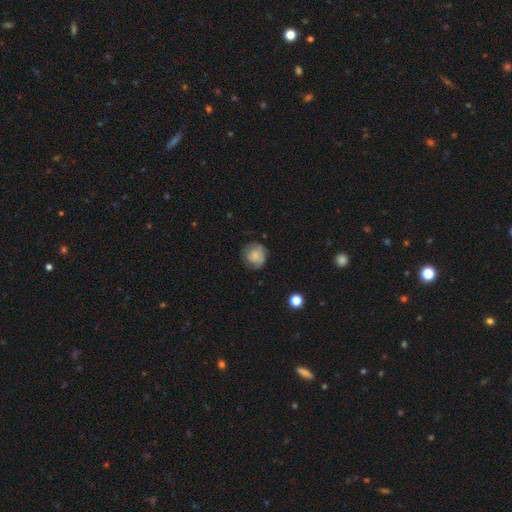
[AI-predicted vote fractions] Overall: smooth (60%; featured or disk 30%). How rounded: round (85%). Merging: none (63%; minor disturbance 25%).